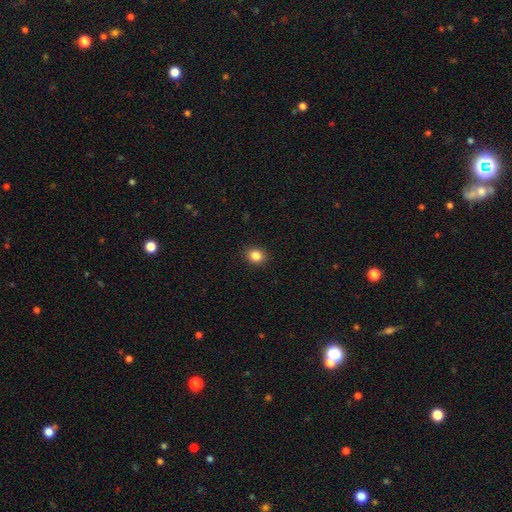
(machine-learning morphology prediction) A smooth galaxy with no disk features (85%) that is round (73%).

Vote fractions:
- Smooth or featured? smooth: 85% / star or artifact: 11% / featured or disk: 4%
- How rounded? round: 73% / in between: 26% / cigar-shaped: 1%
- Merging? none: 91% / minor disturbance: 6% / major disturbance: 2% / merger: 1%